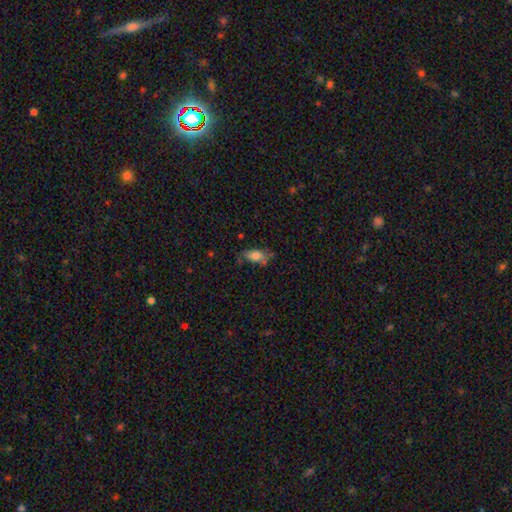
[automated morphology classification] Smooth or featured? Predicted: smooth (p=0.75). How rounded? Predicted: in between (p=0.87). Merging? Predicted: none (p=0.58).